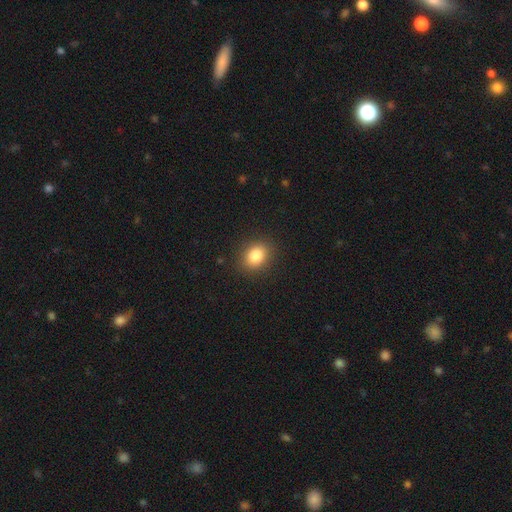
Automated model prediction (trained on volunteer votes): Smooth or featured? smooth (84%)
How rounded? round (52%)
Merging? none (88%)